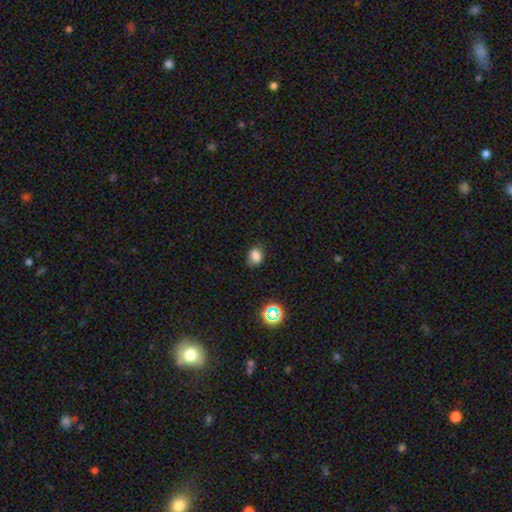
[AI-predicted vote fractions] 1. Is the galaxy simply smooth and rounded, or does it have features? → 79% smooth, 14% star or artifact, 8% featured or disk.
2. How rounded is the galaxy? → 64% in between, 35% round, 1% cigar-shaped.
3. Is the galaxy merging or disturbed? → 75% none, 19% minor disturbance, 5% major disturbance, 1% merger.